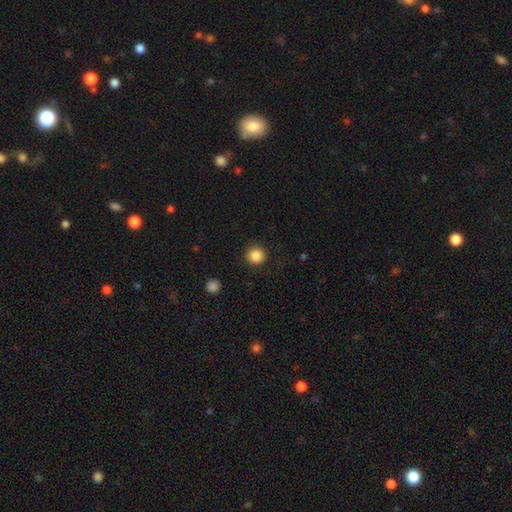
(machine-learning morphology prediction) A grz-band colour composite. It shows a smooth galaxy with no disk features (86%) that is round (94%). Merging: none (91%).